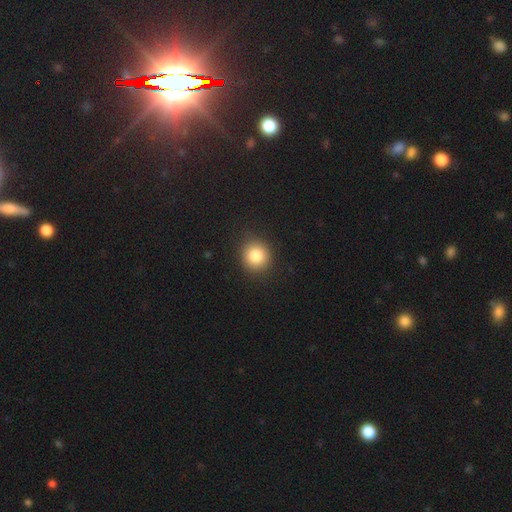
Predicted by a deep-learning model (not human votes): A smooth galaxy with no disk features (83%) that is round (87%).

Vote fractions:
- Smooth or featured? smooth: 83% / star or artifact: 10% / featured or disk: 7%
- How rounded? round: 87% / in between: 12% / cigar-shaped: 1%
- Merging? none: 87% / minor disturbance: 9% / major disturbance: 3% / merger: 1%